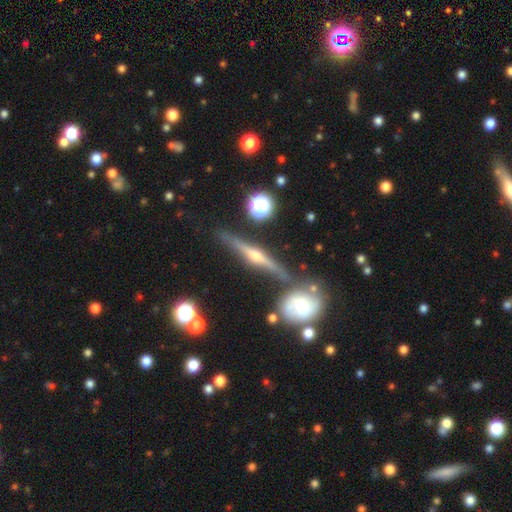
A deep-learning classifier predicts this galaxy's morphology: type=featured or disk (82%); edge-on=yes (96%); edge-on bulge=rounded (91%); merging=none (79%).